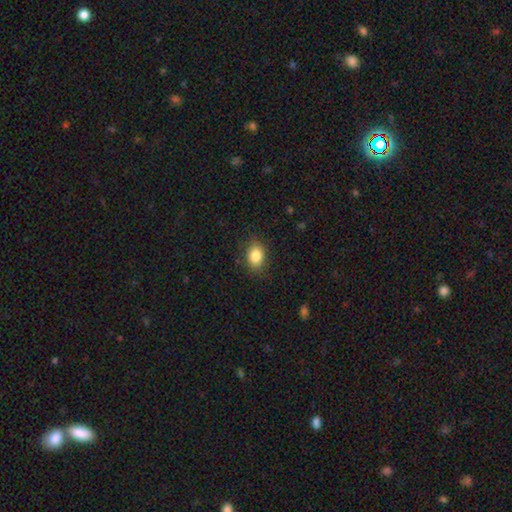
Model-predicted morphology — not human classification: smooth 85%, star or artifact 9%, featured or disk 7%. Down the decision tree: how rounded — in between (76%); merging — none (84%).